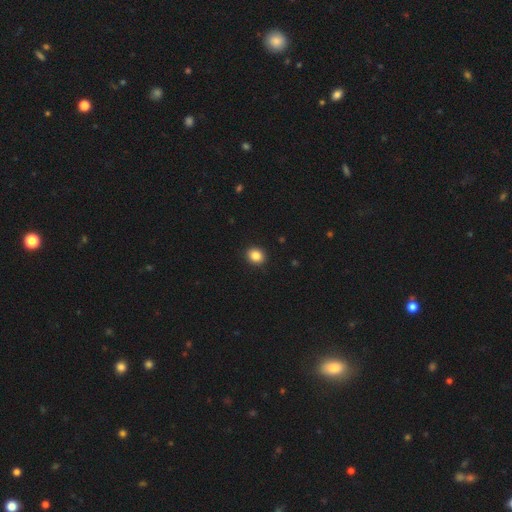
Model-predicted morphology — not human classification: A smooth galaxy with no disk features (86%) that is round (62%). Merging: none (92%).